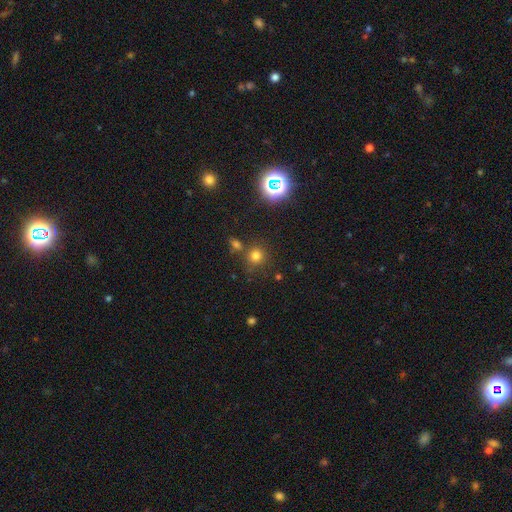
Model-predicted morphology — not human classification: The model was most divided on "smooth or featured": smooth: 69%, star or artifact: 24%, featured or disk: 7%. More confident: how rounded — round (90%); merging — none (75%).